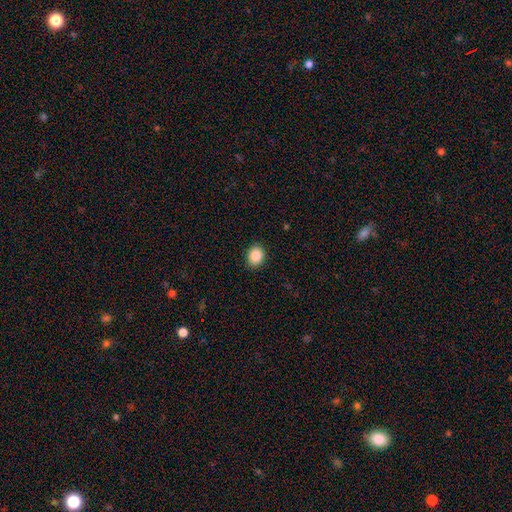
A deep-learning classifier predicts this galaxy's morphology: This appears to be a smooth galaxy with no disk features (87%) that is in between round and cigar-shaped (52%). Merging: none (89%).